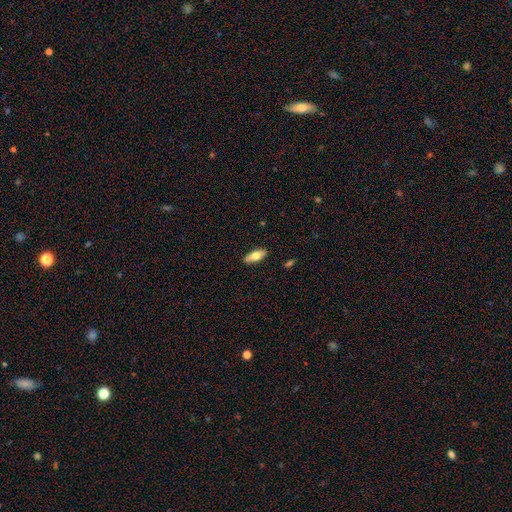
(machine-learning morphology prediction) smooth 69%, featured or disk 25%, star or artifact 6%. Down the decision tree: how rounded — in between (79%); merging — none (89%).